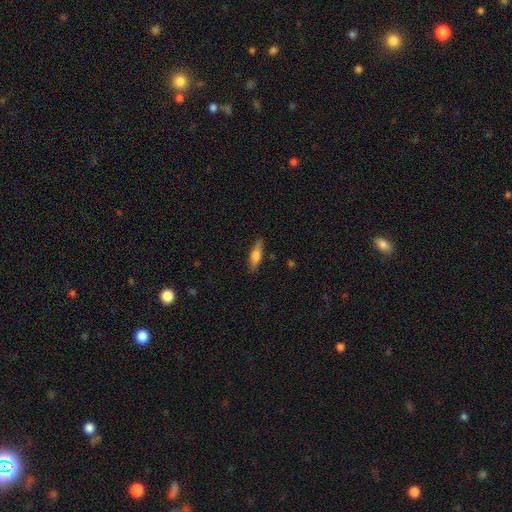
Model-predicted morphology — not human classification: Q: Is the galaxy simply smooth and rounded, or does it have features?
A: smooth — 67%.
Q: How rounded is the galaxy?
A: cigar-shaped — 60%.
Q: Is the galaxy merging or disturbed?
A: none — 84%.